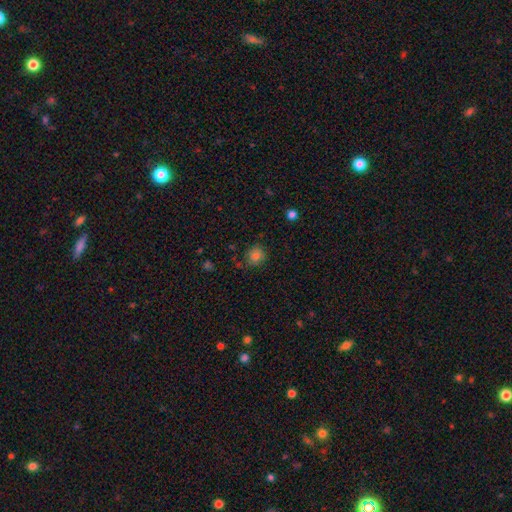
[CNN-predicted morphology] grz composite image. It shows a smooth galaxy with no disk features (81%) that is round (83%). Merging: none (79%).